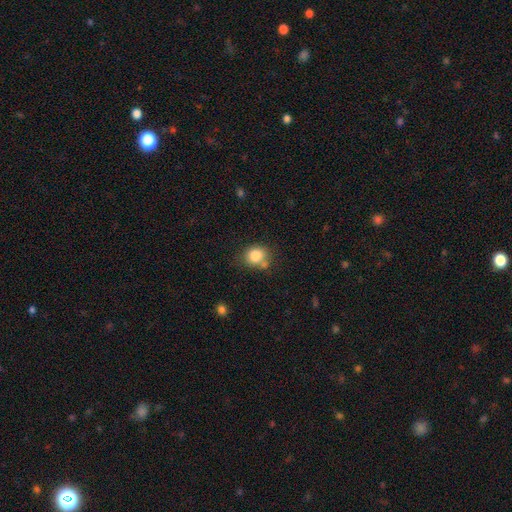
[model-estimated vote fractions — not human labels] Q: Smooth or featured?
A: smooth (82%); runner-up: star or artifact (10%)
Q: How rounded?
A: round (73%); runner-up: in between (26%)
Q: Merging?
A: none (62%); runner-up: minor disturbance (17%)